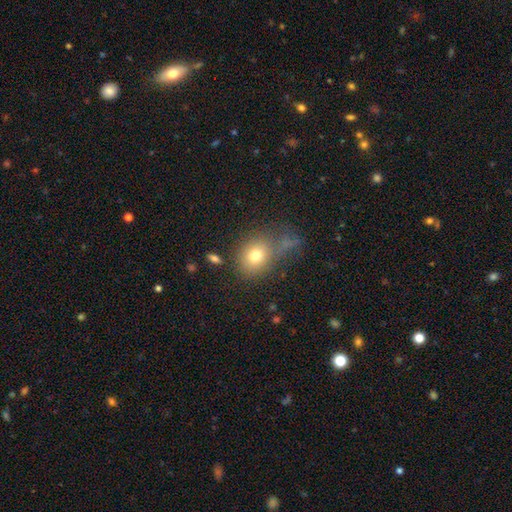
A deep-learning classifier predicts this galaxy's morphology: The model was most divided on "how rounded": round: 53%, in between: 46%, cigar-shaped: 1%. More confident: smooth or featured — smooth (76%); merging — none (55%).